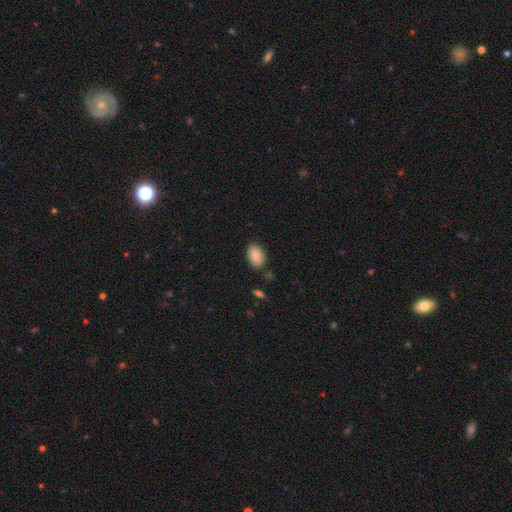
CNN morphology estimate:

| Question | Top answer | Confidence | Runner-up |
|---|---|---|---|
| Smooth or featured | smooth | 83% | featured or disk (10%) |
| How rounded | in between | 83% | round (15%) |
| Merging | none | 84% | minor disturbance (11%) |